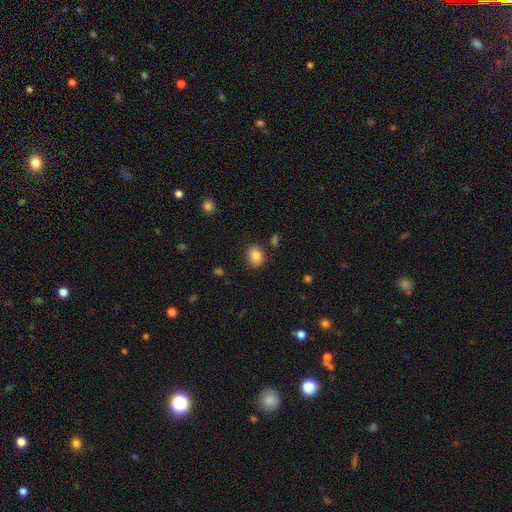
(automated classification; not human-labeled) Smooth or featured? Predicted: smooth (p=0.85). How rounded? Predicted: in between (p=0.53). Merging? Predicted: none (p=0.82).